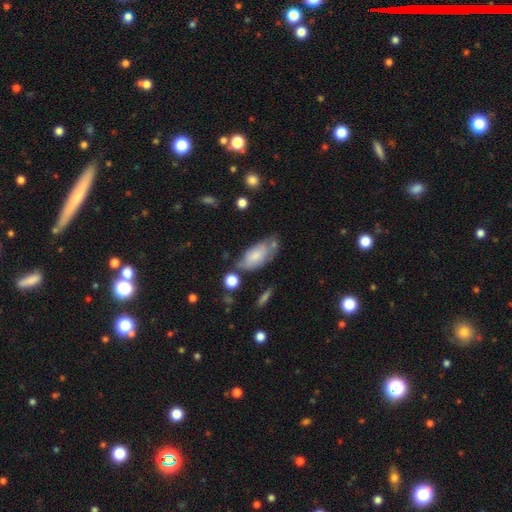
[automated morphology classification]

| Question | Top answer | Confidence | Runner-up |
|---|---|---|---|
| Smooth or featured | smooth | 69% | featured or disk (24%) |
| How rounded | in between | 90% | cigar-shaped (8%) |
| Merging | none | 45% | minor disturbance (32%) |